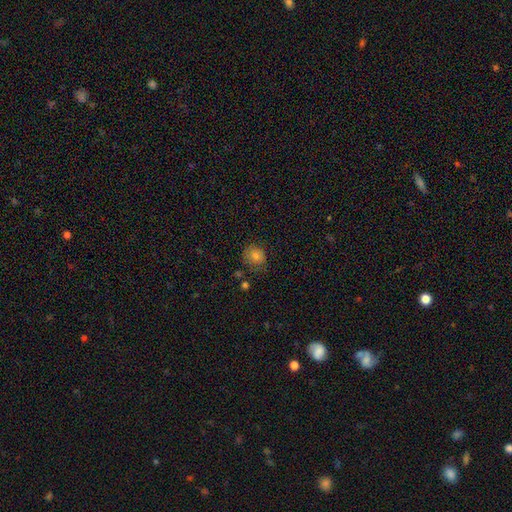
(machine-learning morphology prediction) Smooth or featured? smooth (76%)
How rounded? round (79%)
Merging? none (74%)